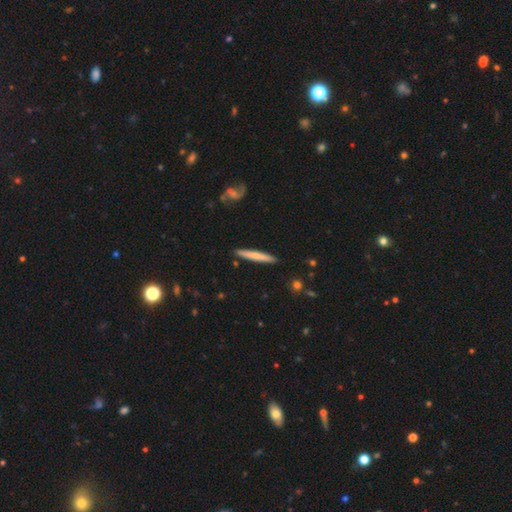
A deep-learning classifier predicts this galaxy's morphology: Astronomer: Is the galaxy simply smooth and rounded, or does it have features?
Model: smooth — 63%.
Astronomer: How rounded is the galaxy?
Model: cigar-shaped — 95%.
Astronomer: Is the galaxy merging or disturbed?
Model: none — 91%.